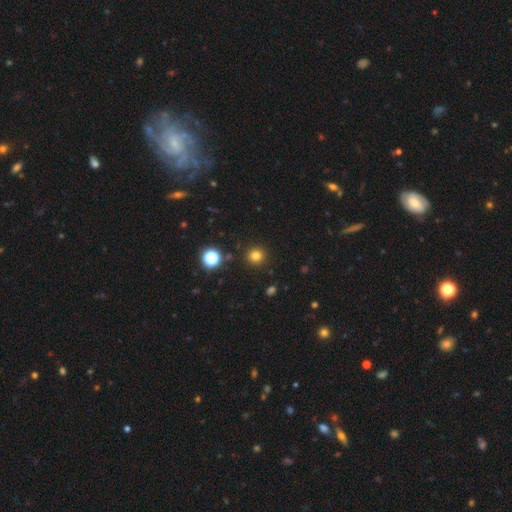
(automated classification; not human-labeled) This is likely a smooth galaxy (78%). How rounded: clearly round (94%). Merging: clearly none (91%).